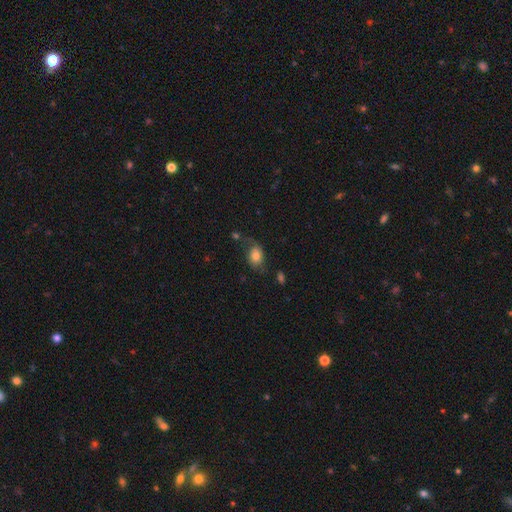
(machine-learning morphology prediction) type=smooth (75%); roundness=in between (64%); merging=none (57%).